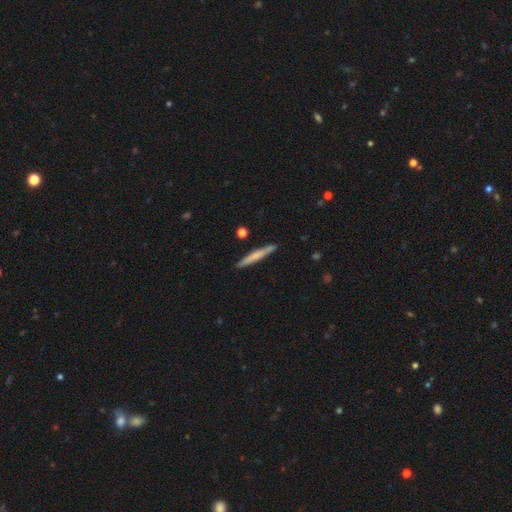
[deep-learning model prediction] This is possibly a smooth galaxy (57%). How rounded: clearly cigar-shaped (96%). Merging: clearly none (89%).